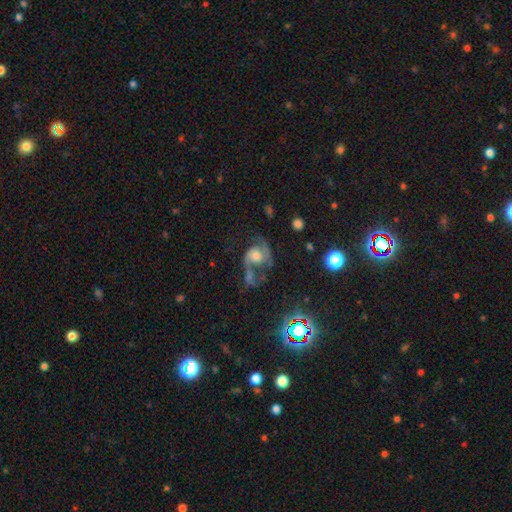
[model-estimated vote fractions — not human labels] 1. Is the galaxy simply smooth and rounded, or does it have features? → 71% featured or disk, 18% smooth, 11% star or artifact.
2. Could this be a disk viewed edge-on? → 97% no, 3% yes.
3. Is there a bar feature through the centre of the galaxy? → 72% no, 23% weak, 5% strong.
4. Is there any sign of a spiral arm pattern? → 87% yes, 13% no.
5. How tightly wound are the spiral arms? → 44% medium, 40% loose, 16% tight.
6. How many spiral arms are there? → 78% 2, 11% 1, 6% can't tell, 2% 3, 1% 4, 1% more than 4.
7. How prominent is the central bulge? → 44% moderate, 28% large, 16% small, 8% none, 4% dominant.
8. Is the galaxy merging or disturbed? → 34% none, 31% major disturbance, 17% minor disturbance, 17% merger.